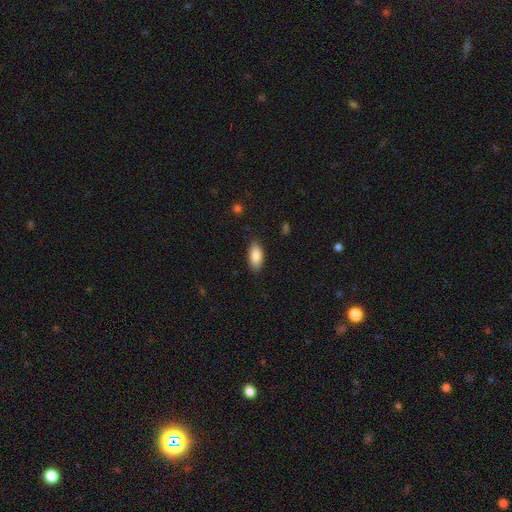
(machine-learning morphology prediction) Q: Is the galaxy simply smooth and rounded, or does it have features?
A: smooth — 87%.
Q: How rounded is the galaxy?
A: in between — 90%.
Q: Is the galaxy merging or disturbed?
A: none — 84%.